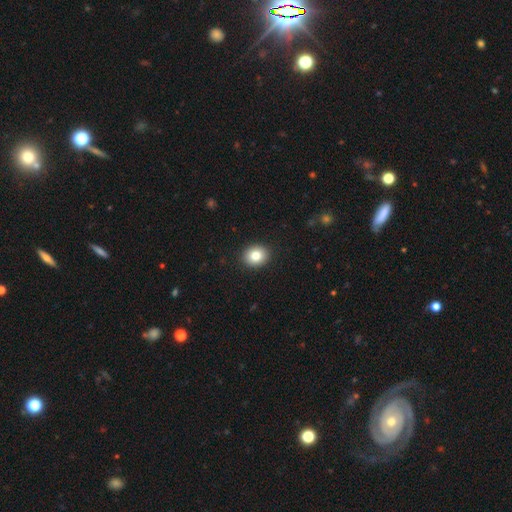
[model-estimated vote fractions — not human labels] A smooth galaxy with no disk features (82%) that is round (66%). Merging: none (92%).